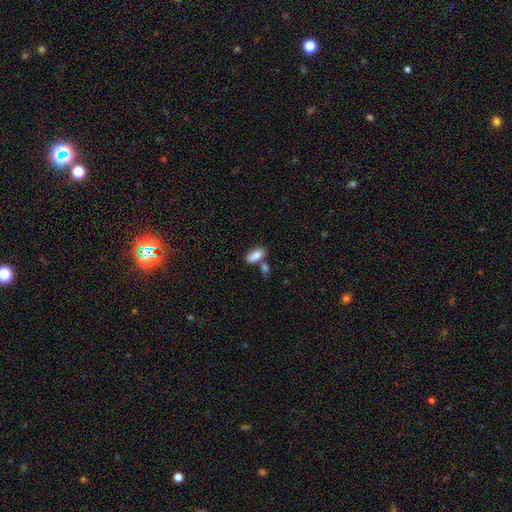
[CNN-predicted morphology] Smooth or featured? Predicted: smooth (p=0.84). How rounded? Predicted: in between (p=0.86). Merging? Predicted: none (p=0.55).